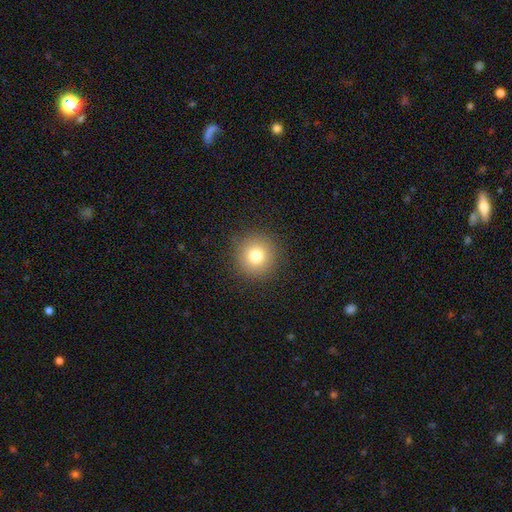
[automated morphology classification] This is likely a smooth galaxy (78%). How rounded: clearly round (95%). Merging: clearly none (90%).